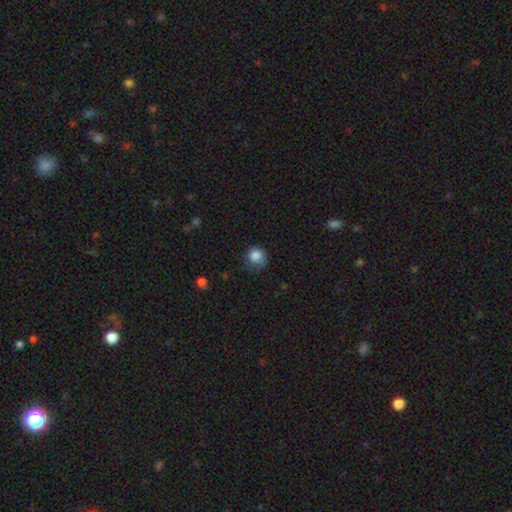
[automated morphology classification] Smooth or featured? smooth (83%)
How rounded? round (81%)
Merging? none (45%)